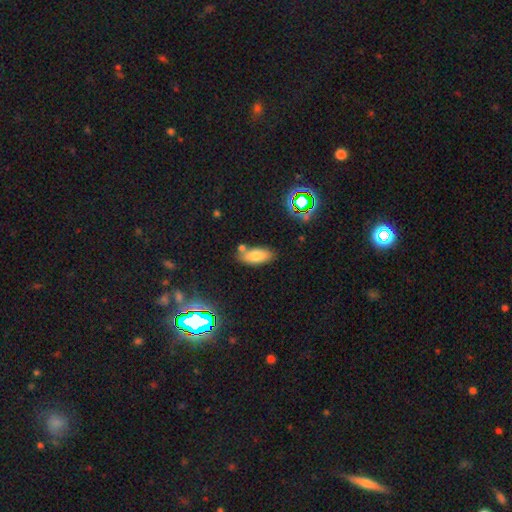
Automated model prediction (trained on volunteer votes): Overall: smooth (75%). How rounded: in between (83%). Merging: none (70%).